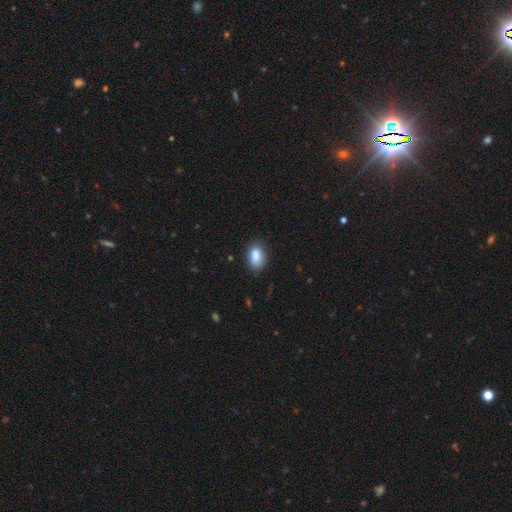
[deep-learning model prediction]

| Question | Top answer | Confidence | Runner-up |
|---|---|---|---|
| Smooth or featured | smooth | 86% | star or artifact (8%) |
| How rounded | in between | 87% | round (11%) |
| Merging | none | 78% | minor disturbance (17%) |